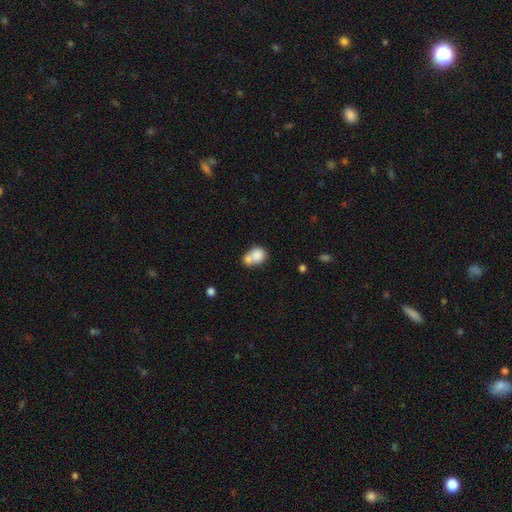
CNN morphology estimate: A smooth galaxy with no disk features (80%) that is round (60%). Merging: merger (58%).